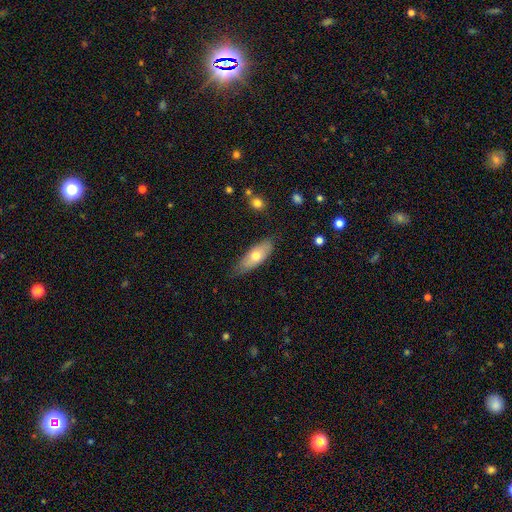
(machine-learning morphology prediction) Smooth or featured: smooth — 65% (featured or disk — 29%)
How rounded: in between — 69% (cigar-shaped — 29%)
Merging: none — 75% (minor disturbance — 20%)